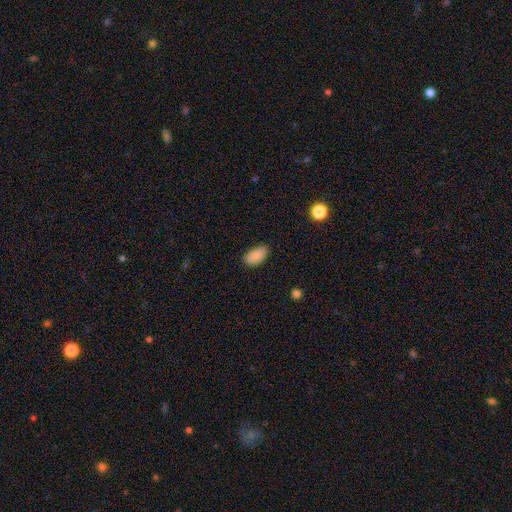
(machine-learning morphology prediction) smooth 89%, star or artifact 7%, featured or disk 3%. Down the decision tree: how rounded — in between (94%); merging — none (85%).